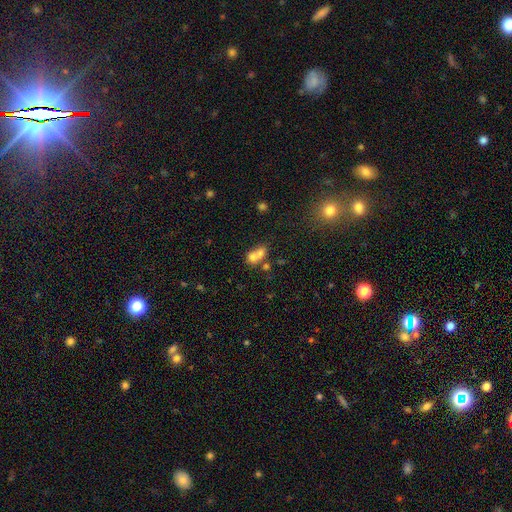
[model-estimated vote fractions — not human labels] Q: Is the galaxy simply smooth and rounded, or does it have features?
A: smooth — 67%.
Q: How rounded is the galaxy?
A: round — 56%.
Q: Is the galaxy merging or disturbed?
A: merger — 68%.